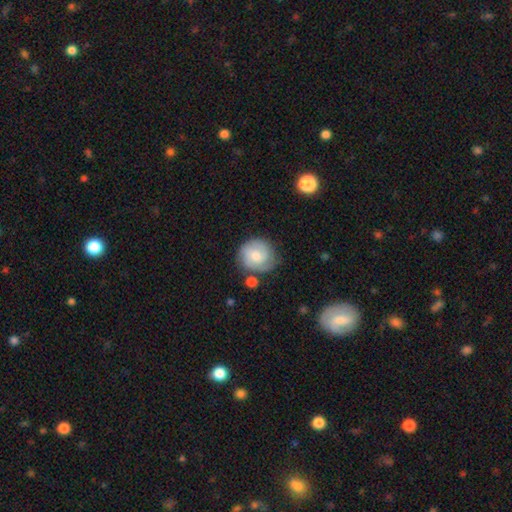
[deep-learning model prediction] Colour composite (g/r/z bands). It shows a featured or disk galaxy (58%) with no bar (65%), 2 (41%) tight (58%) spiral arms (90%) and a moderate central bulge (54%). Merging: none (71%).